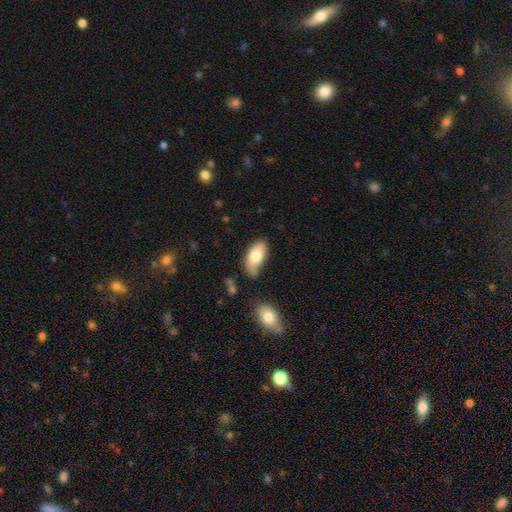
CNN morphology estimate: Smooth or featured?
  - smooth: 76% *
  - featured or disk: 18%
  - star or artifact: 6%
How rounded?
  - in between: 93% *
  - cigar-shaped: 4%
  - round: 3%
Merging?
  - none: 58% *
  - minor disturbance: 29%
  - major disturbance: 8%
  - merger: 6%